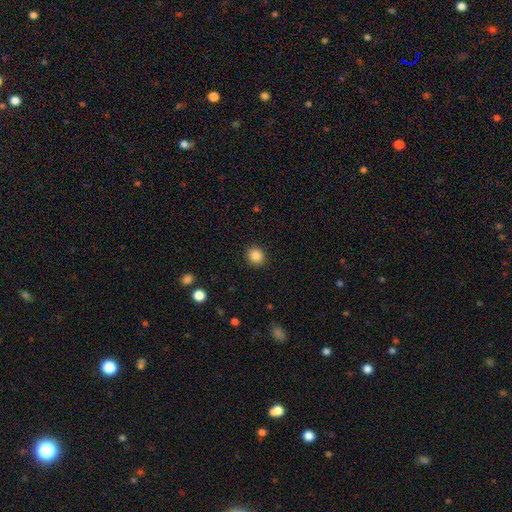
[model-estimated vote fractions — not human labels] A smooth galaxy with no disk features (86%) that is round (86%). Merging: none (91%).